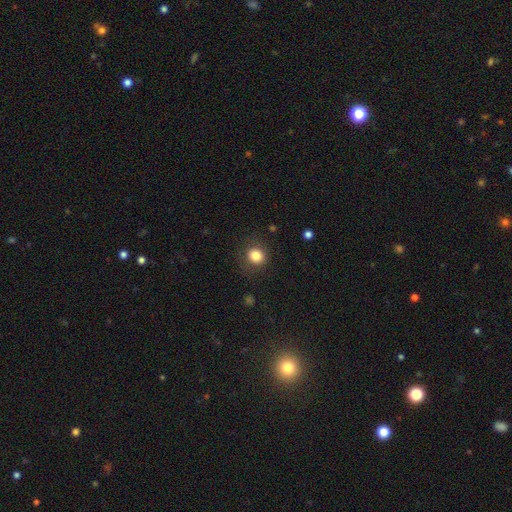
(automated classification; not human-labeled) smooth 83%, star or artifact 11%, featured or disk 6%. Down the decision tree: how rounded — round (79%); merging — none (83%).